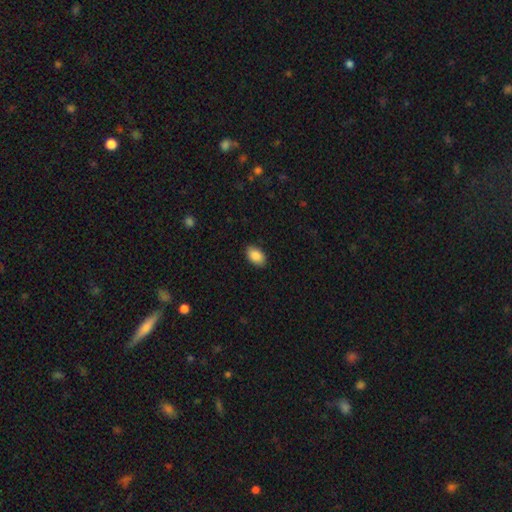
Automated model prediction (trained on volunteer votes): smooth_or_featured: smooth (p=0.89) [alt: star or artifact p=0.07]
how_rounded: in between (p=0.91) [alt: round p=0.08]
merging: none (p=0.89) [alt: minor disturbance p=0.08]